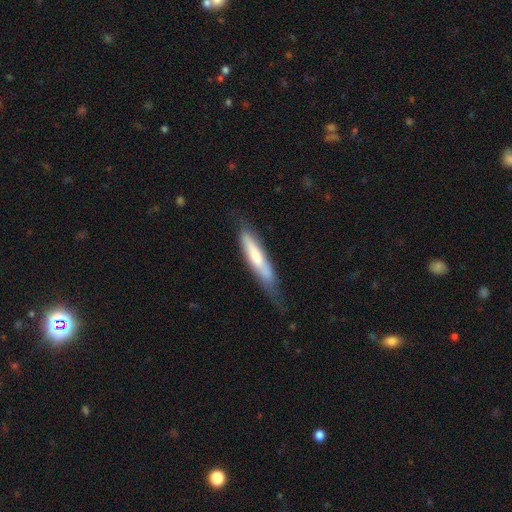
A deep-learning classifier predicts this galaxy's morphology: smooth 58%, featured or disk 37%, star or artifact 5%. Down the decision tree: how rounded — cigar-shaped (84%); merging — none (54%).